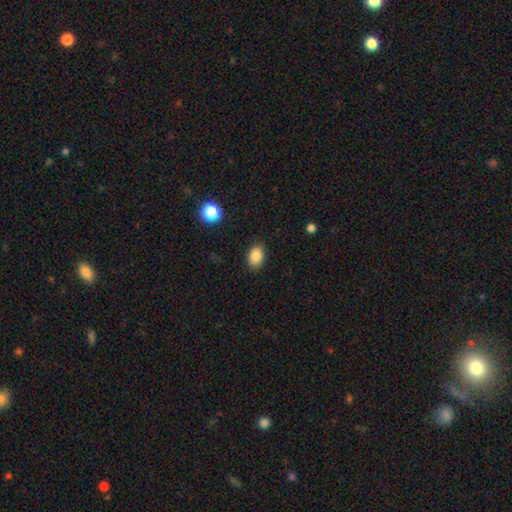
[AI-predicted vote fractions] smooth 86%, star or artifact 9%, featured or disk 5%. Down the decision tree: how rounded — in between (81%); merging — none (85%).